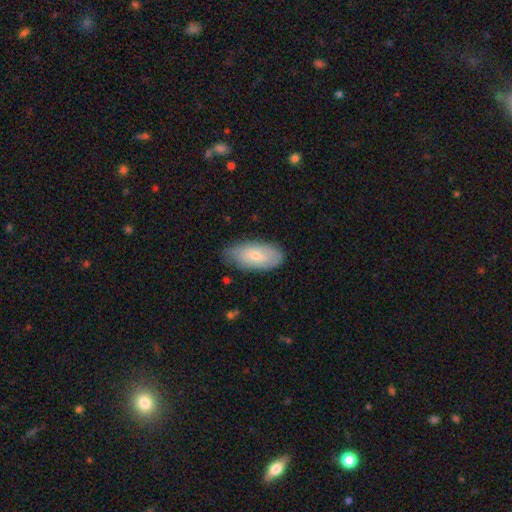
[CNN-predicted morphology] A smooth galaxy with no disk features (68%) that is in between round and cigar-shaped (92%). Merging: none (73%).